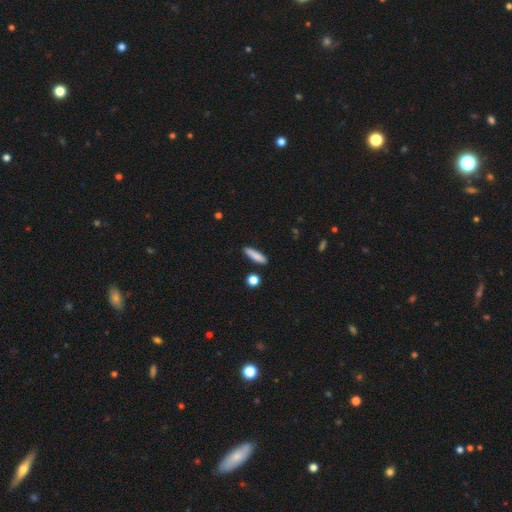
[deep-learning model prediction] This is clearly a smooth galaxy (84%). How rounded: likely cigar-shaped (78%). Merging: clearly none (86%).